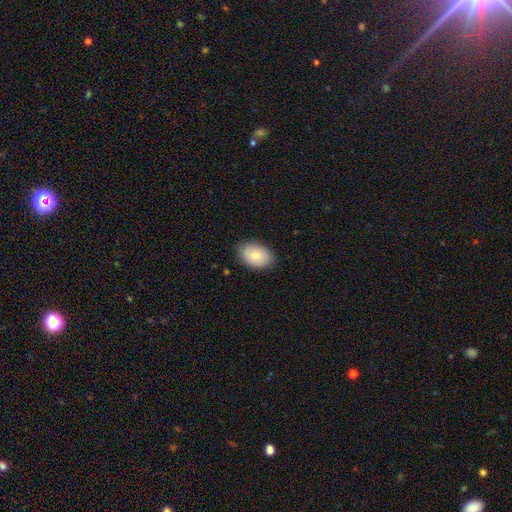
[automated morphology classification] Q: Smooth or featured?
A: smooth (73%); runner-up: featured or disk (20%)
Q: How rounded?
A: in between (76%); runner-up: round (23%)
Q: Merging?
A: none (84%); runner-up: minor disturbance (12%)